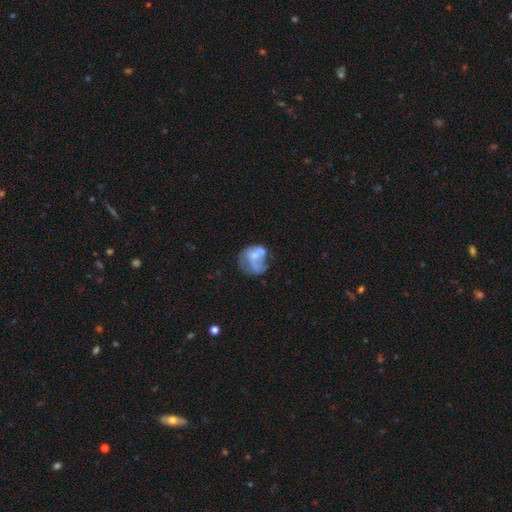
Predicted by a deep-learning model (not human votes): smooth-or-featured: featured or disk: 48% | smooth: 42% | star or artifact: 10%
  merging: none: 31% | major disturbance: 30% | minor disturbance: 21% | merger: 19%